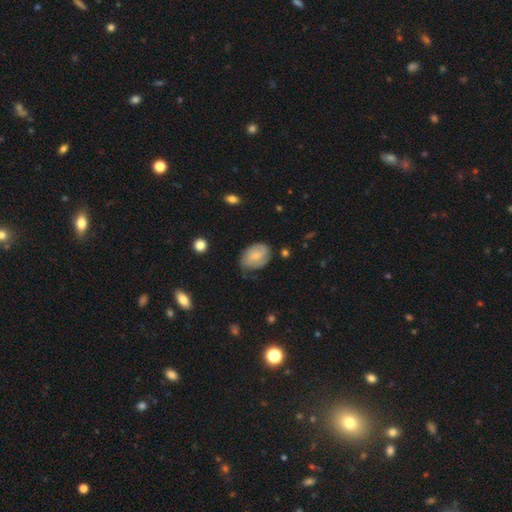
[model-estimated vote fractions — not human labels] Morphology: type=smooth (60%); roundness=in between (79%); merging=none (64%).